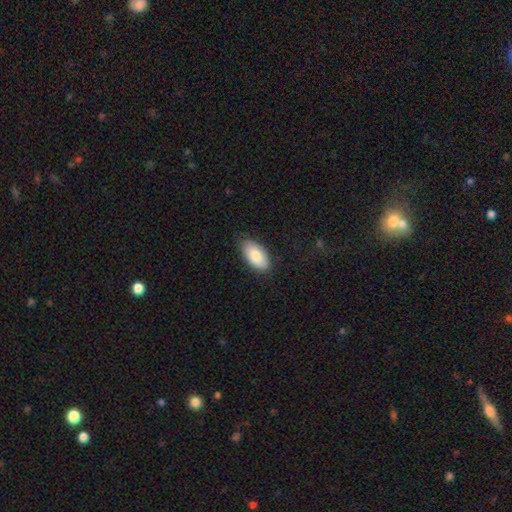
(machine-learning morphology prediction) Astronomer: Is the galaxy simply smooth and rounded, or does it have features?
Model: smooth — 82%.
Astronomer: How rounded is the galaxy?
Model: in between — 94%.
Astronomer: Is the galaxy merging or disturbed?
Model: none — 82%.